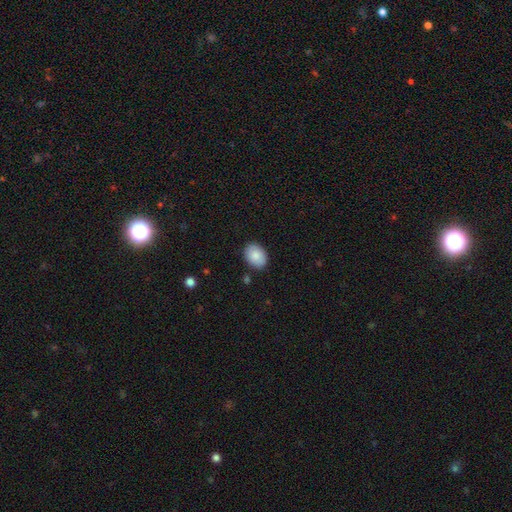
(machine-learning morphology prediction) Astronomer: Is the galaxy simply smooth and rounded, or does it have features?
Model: smooth — 87%.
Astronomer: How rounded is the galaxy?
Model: in between — 77%.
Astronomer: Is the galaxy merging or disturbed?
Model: none — 85%.